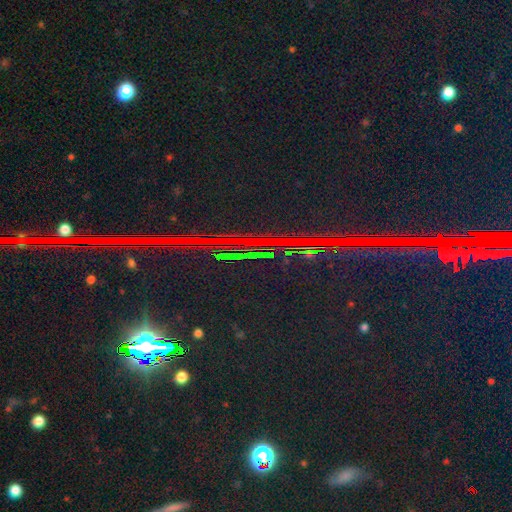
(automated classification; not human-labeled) This appears to be a star or artifact, not a galaxy (86%).